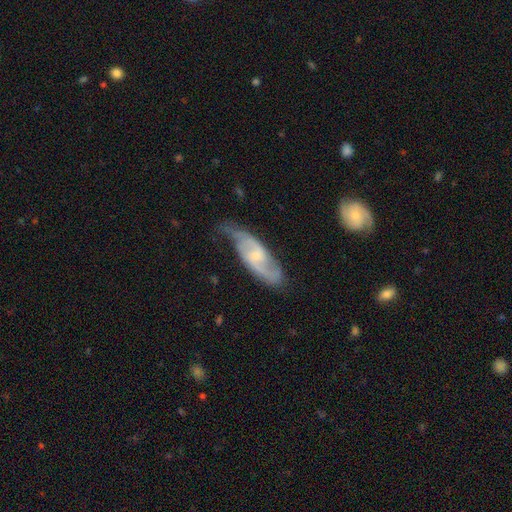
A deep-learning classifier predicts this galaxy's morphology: This appears to be a featured or disk galaxy (83%) with a weak bar (45%), 2 (87%) medium (48%) spiral arms (95%) and a small central bulge (67%). Merging: none (66%).